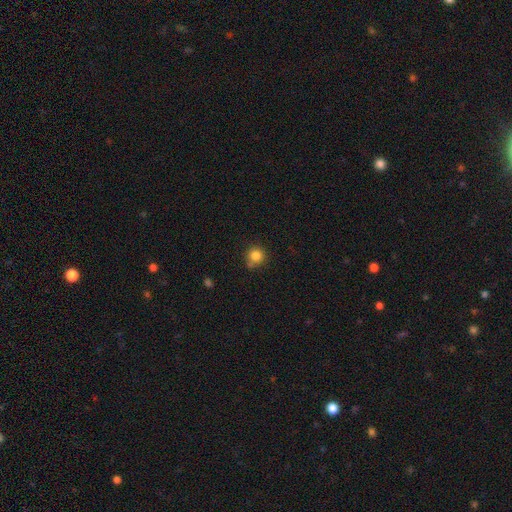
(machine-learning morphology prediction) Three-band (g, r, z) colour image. It shows a smooth galaxy with no disk features (83%) that is round (92%). Merging: none (71%).